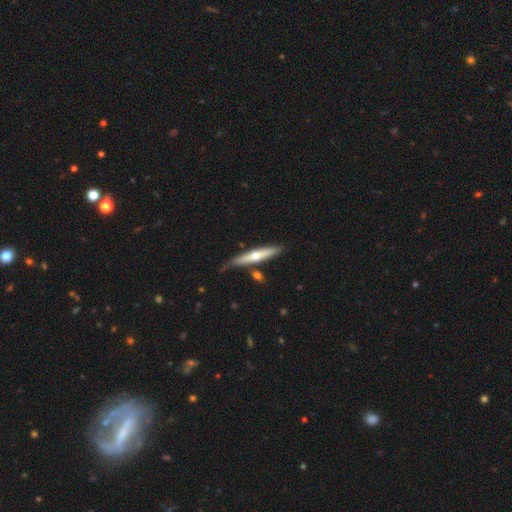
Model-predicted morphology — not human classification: This is possibly a featured or disk galaxy (53%). It is clearly viewed edge-on (91%). Merging: likely none (70%).